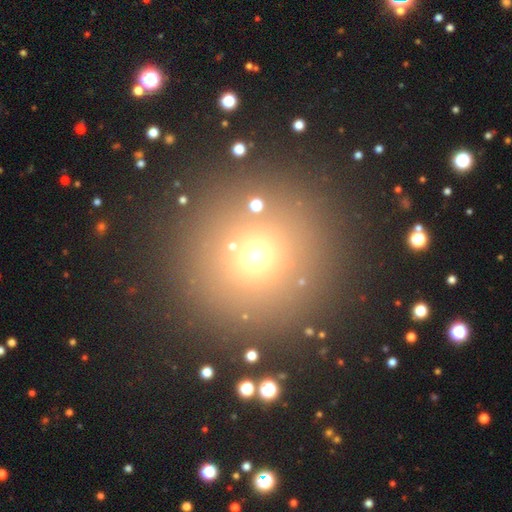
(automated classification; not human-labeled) smooth-or-featured: smooth: 60% | star or artifact: 31% | featured or disk: 9%
  how-rounded: round: 95% | in between: 4% | cigar-shaped: 1%
  merging: none: 85% | minor disturbance: 6% | merger: 4% | major disturbance: 4%